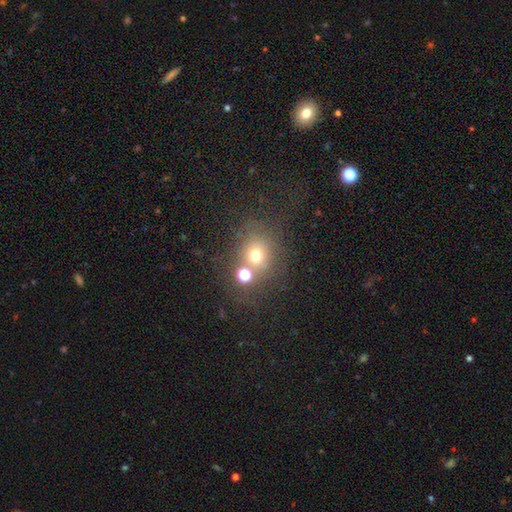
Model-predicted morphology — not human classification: type=smooth (64%); roundness=round (77%); merging=none (58%).